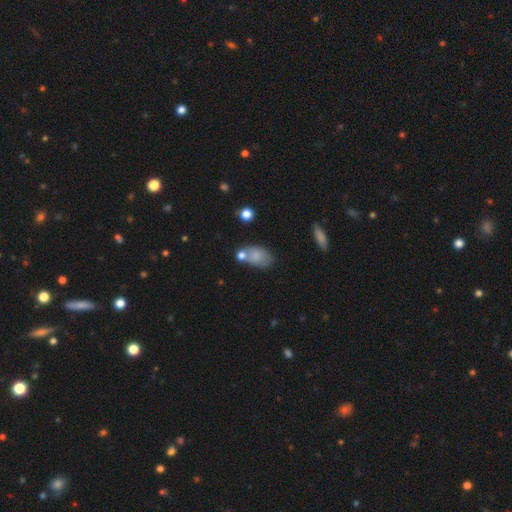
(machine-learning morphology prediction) A smooth galaxy with no disk features (77%) that is in between round and cigar-shaped (87%). Merging: none (46%).